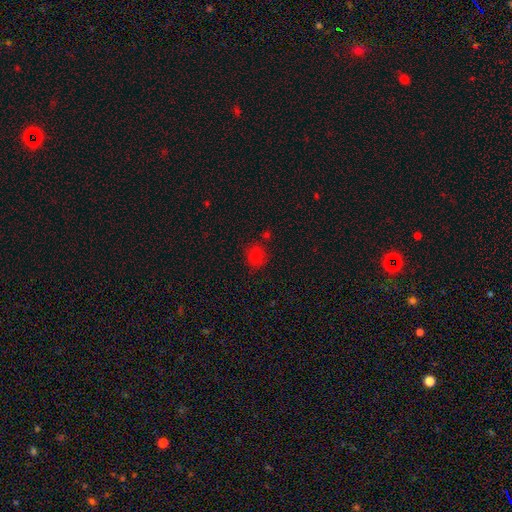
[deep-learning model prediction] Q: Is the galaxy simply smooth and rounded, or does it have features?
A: smooth — 71%.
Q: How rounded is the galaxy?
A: round — 83%.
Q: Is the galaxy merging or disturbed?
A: none — 80%.